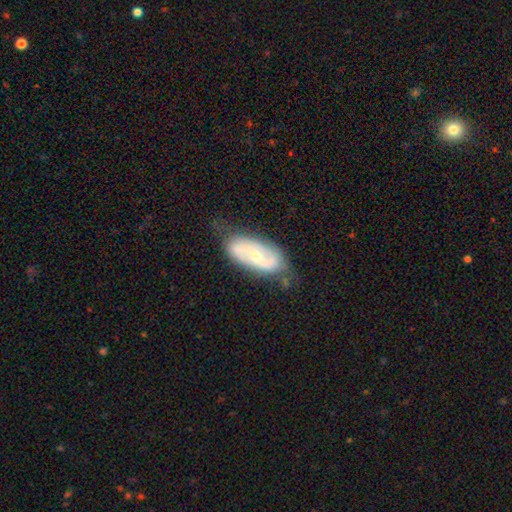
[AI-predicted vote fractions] smooth-or-featured: featured or disk: 73% | smooth: 22% | star or artifact: 6%
  disk-edge-on: no: 92% | yes: 8%
    bar: weak: 41% | strong: 30% | no: 30%
    has-spiral-arms: yes: 81% | no: 19%
      spiral-winding: medium: 41% | loose: 33% | tight: 26%
      spiral-arm-count: 2: 81% | can't tell: 13% | 1: 3% | 3: 1% | 4: 1% | more than 4: 1%
    bulge-size: moderate: 48% | small: 47% | large: 2% | none: 1% | dominant: 1%
  merging: none: 64% | minor disturbance: 26% | major disturbance: 8% | merger: 2%